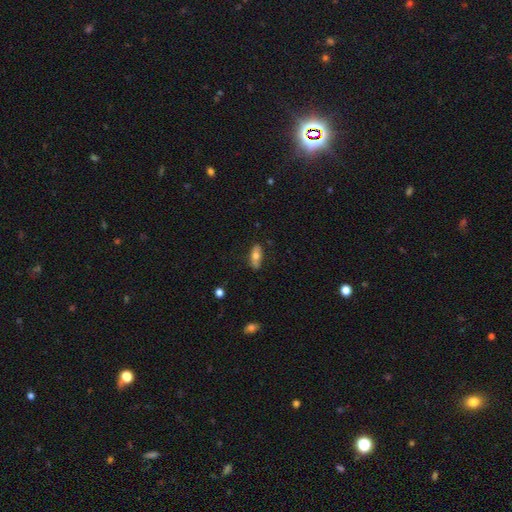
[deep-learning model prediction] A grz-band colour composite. It shows a smooth galaxy with no disk features (64%) that is in between round and cigar-shaped (72%). Merging: none (81%).